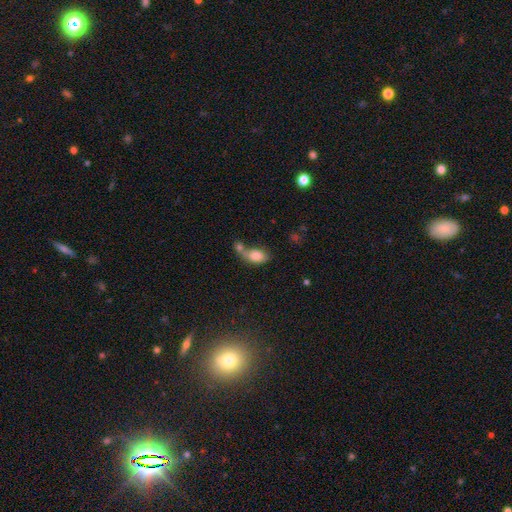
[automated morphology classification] smooth-or-featured: smooth: 81% | featured or disk: 11% | star or artifact: 8%
  how-rounded: in between: 87% | round: 10% | cigar-shaped: 3%
  merging: merger: 53% | none: 27% | minor disturbance: 13% | major disturbance: 8%